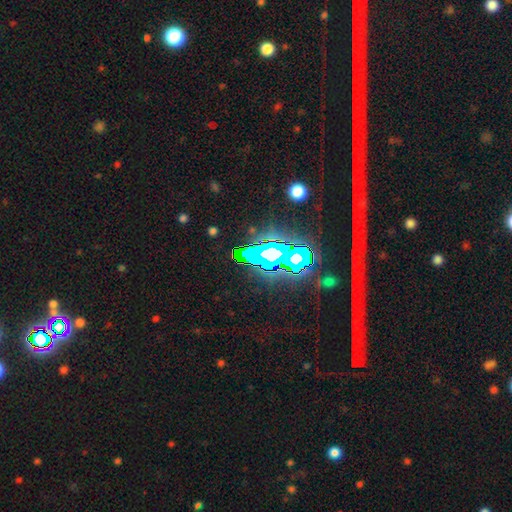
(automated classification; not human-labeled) A star or artifact, not a galaxy (72%).